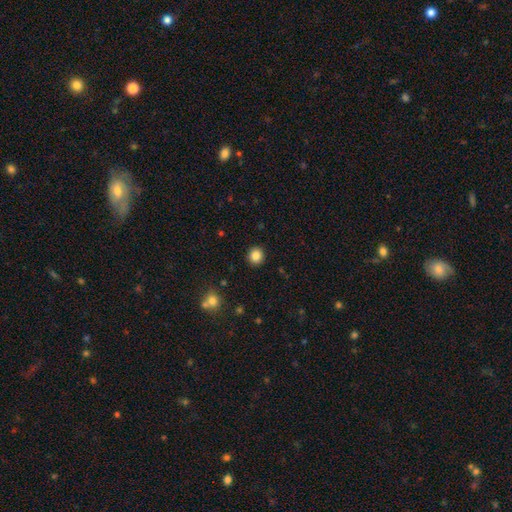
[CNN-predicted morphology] Smooth or featured? Predicted: smooth (p=0.85). How rounded? Predicted: round (p=0.89). Merging? Predicted: none (p=0.92).